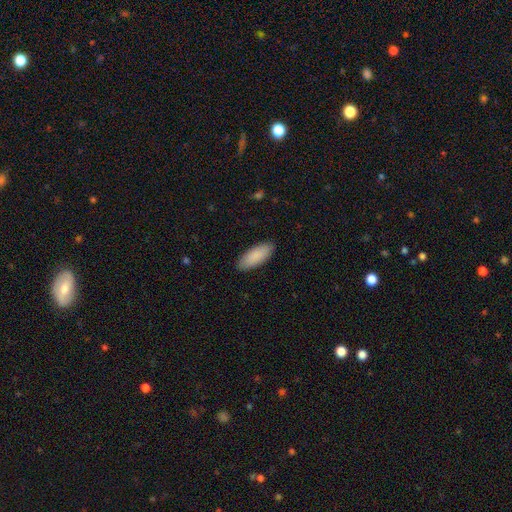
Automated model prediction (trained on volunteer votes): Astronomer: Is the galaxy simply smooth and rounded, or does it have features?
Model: smooth — 90%.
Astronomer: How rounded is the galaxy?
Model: in between — 79%.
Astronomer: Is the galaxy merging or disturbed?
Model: none — 89%.